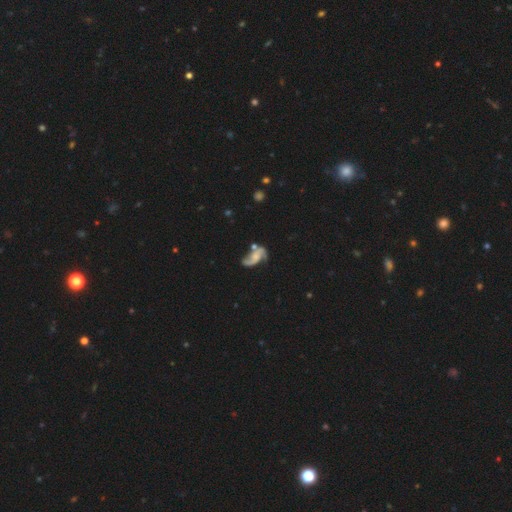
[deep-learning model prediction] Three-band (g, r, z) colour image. It shows a featured or disk galaxy (81%) with no bar (55%), 2 (89%) loose (65%) spiral arms (94%) and no central bulge (35%, tied with small). Merging: none (47%).